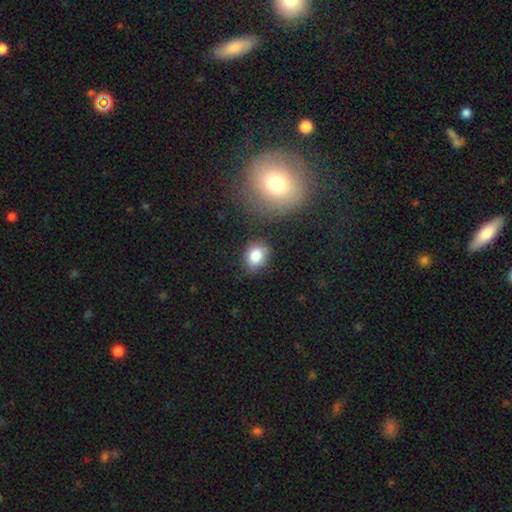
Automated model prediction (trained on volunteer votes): Overall: smooth (83%). How rounded: in between (52%; round 46%). Merging: none (73%).